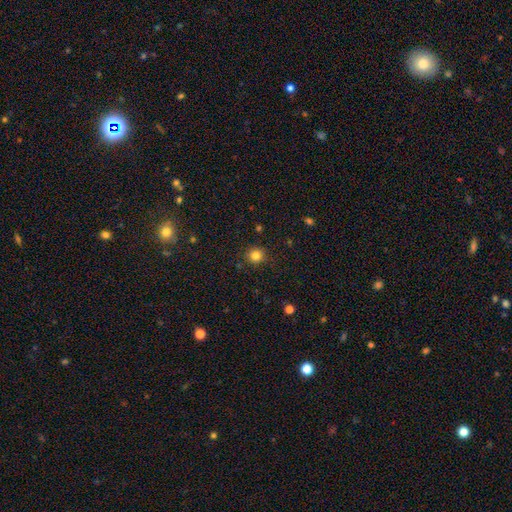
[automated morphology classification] This appears to be a smooth galaxy with no disk features (82%) that is round (93%). Merging: none (89%).